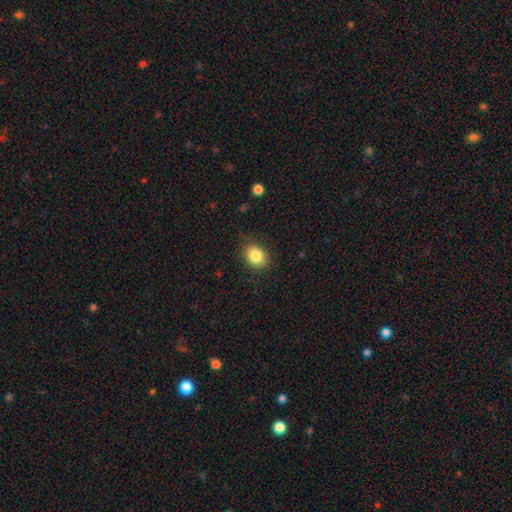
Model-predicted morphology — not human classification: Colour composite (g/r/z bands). It shows a smooth galaxy with no disk features (84%) that is in between round and cigar-shaped (50%, tied with round). Merging: none (84%).